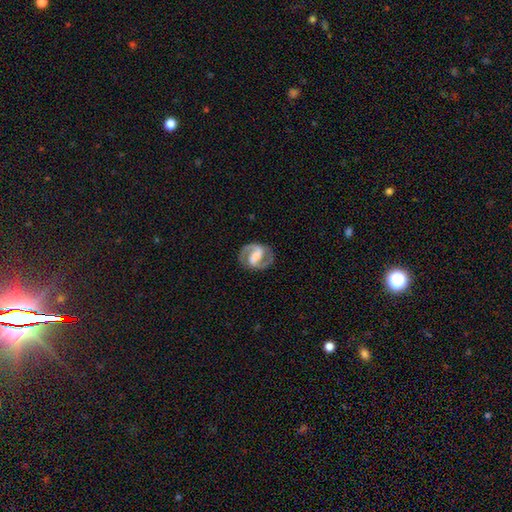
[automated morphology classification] Q: Smooth or featured?
A: featured or disk (86%); runner-up: smooth (10%)
Q: Edge-on disk?
A: no (98%); runner-up: yes (2%)
Q: Bar?
A: strong (54%); runner-up: weak (34%)
Q: Spiral arms?
A: yes (94%); runner-up: no (6%)
Q: Spiral winding?
A: medium (55%); runner-up: tight (28%)
Q: Spiral arm count?
A: 2 (92%); runner-up: can't tell (3%)
Q: Bulge size?
A: moderate (31%); runner-up: small (23%)
Q: Merging?
A: none (83%); runner-up: minor disturbance (11%)